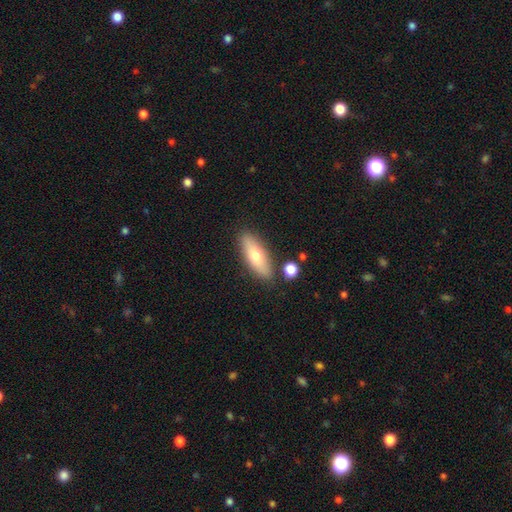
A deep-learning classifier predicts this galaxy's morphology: type=smooth (65%); roundness=in between (62%); merging=none (82%).